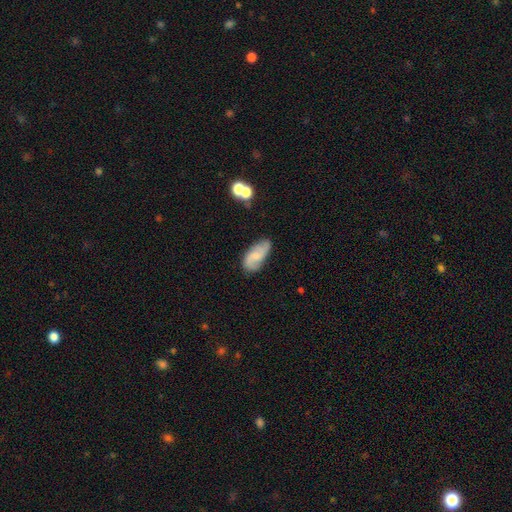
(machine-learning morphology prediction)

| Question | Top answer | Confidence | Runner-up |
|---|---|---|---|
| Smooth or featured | featured or disk | 59% | smooth (33%) |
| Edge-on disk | no | 95% | yes (5%) |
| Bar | no | 52% | weak (40%) |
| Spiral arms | yes | 93% | no (7%) |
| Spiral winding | loose | 45% | medium (40%) |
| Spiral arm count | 2 | 78% | can't tell (9%) |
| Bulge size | small | 48% | moderate (27%) |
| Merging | none | 70% | minor disturbance (21%) |